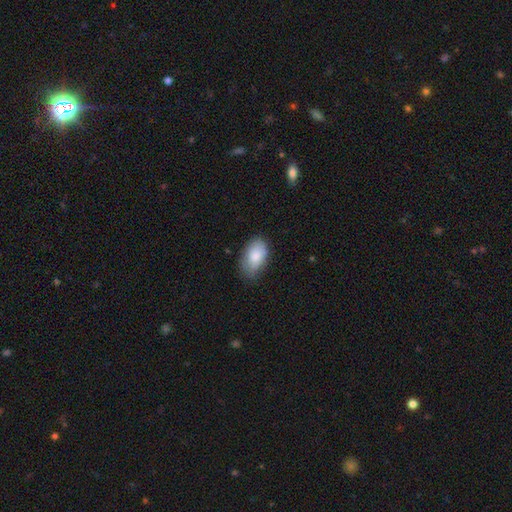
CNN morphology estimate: This is clearly a smooth galaxy (84%). How rounded: clearly in between (93%). Merging: likely none (71%).